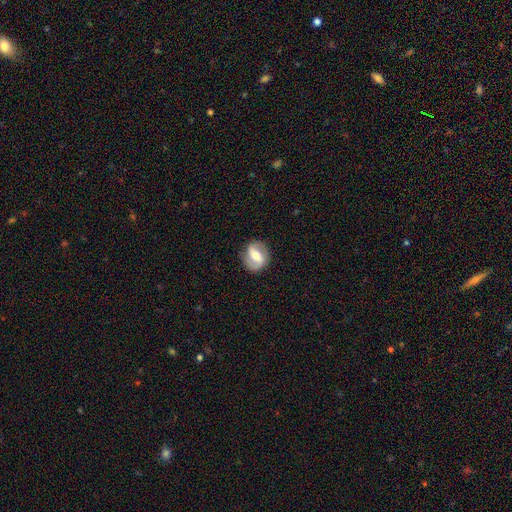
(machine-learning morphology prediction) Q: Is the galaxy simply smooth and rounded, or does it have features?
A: featured or disk — 70%.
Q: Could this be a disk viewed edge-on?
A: no — 96%.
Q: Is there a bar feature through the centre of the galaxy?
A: strong — 43%.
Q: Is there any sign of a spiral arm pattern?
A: yes — 85%.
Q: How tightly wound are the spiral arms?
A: medium — 43%.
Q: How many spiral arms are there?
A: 2 — 89%.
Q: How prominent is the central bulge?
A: moderate — 68%.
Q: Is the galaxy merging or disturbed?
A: none — 84%.